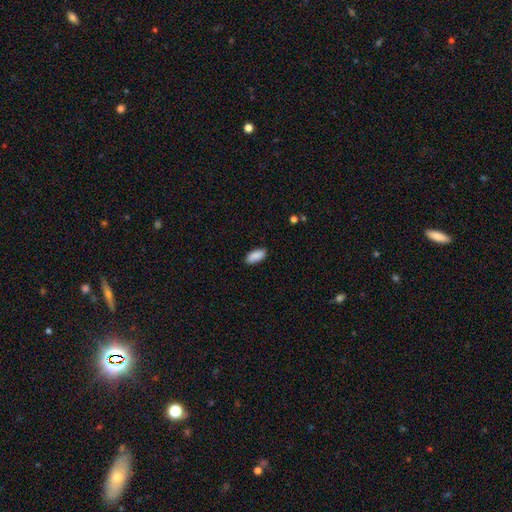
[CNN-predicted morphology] The model was most divided on "how rounded": in between: 85%, cigar-shaped: 13%, round: 2%. More confident: smooth or featured — smooth (90%); merging — none (87%).